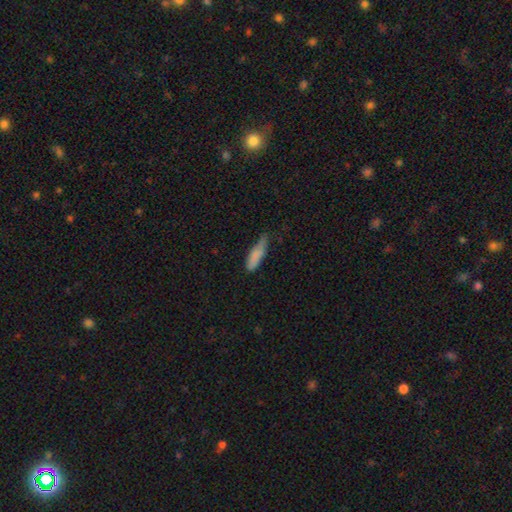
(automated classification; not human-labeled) This appears to be a smooth galaxy with no disk features (81%) that is cigar-shaped (55%). Merging: minor disturbance (45%).